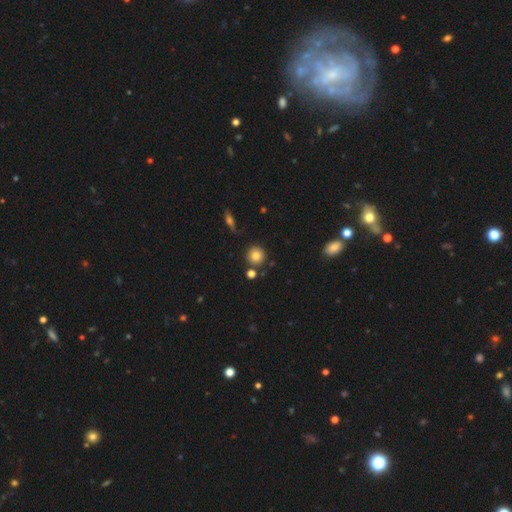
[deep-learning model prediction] Q: Smooth or featured?
A: smooth (80%); runner-up: star or artifact (11%)
Q: How rounded?
A: round (93%); runner-up: in between (6%)
Q: Merging?
A: none (83%); runner-up: minor disturbance (8%)